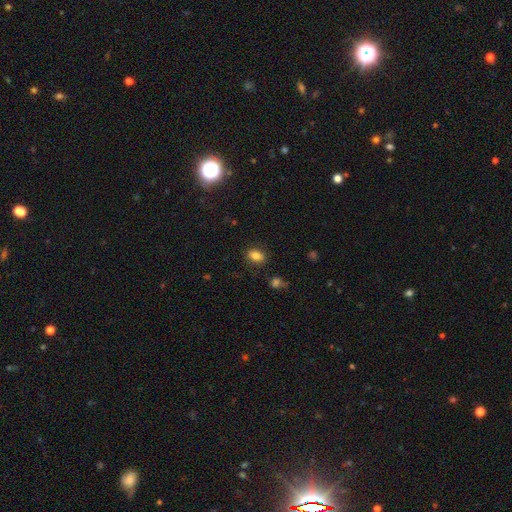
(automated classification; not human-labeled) A smooth galaxy with no disk features (83%) that is in between round and cigar-shaped (76%). Merging: none (85%).